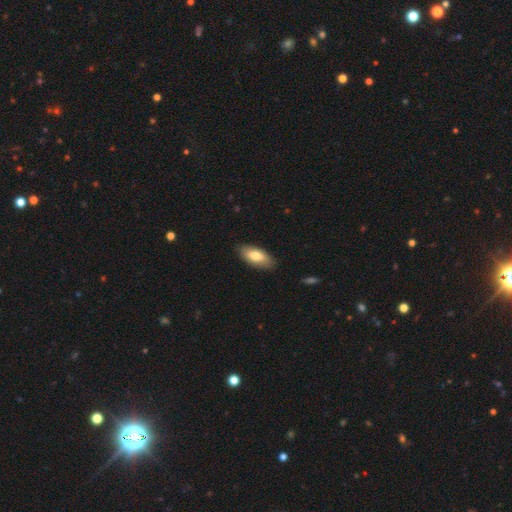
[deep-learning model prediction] This is likely a smooth galaxy (78%). How rounded: clearly in between (89%). Merging: clearly none (86%).